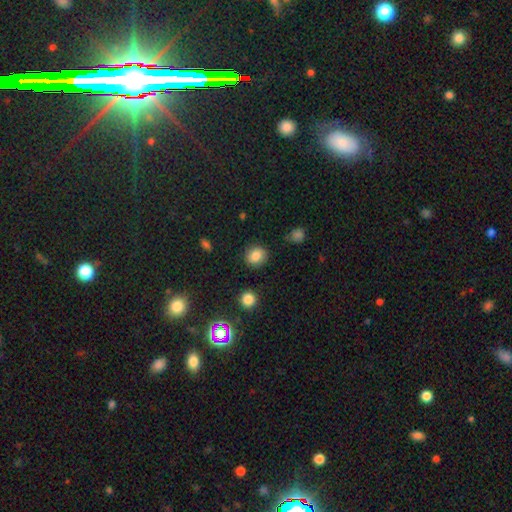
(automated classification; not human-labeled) Smooth or featured? Predicted: smooth (p=0.84). How rounded? Predicted: round (p=0.81). Merging? Predicted: none (p=0.88).